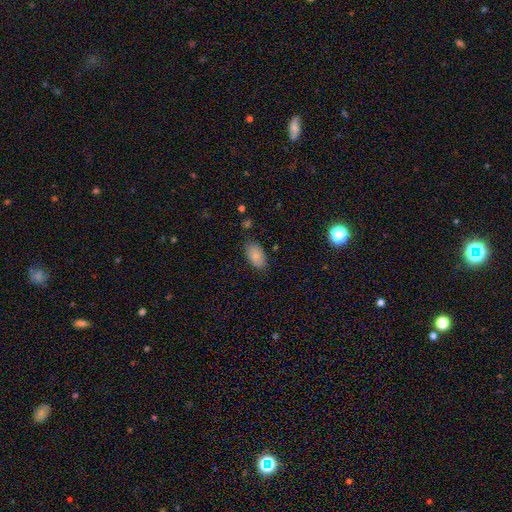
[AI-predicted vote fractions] Morphology: type=smooth (83%); roundness=in between (94%); merging=none (82%).